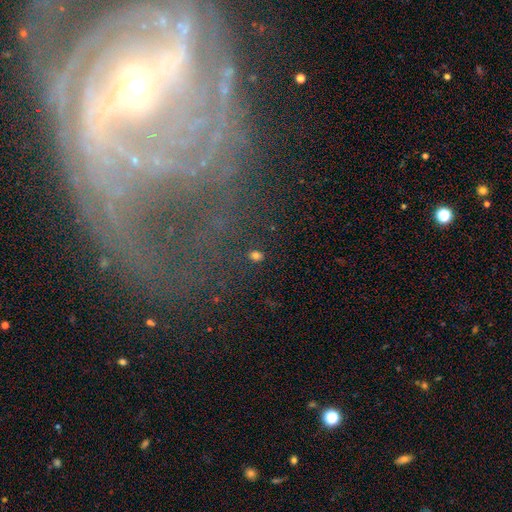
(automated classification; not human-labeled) A smooth galaxy with no disk features (71%) that is in between round and cigar-shaped (60%).

Vote fractions:
- Smooth or featured? smooth: 71% / star or artifact: 22% / featured or disk: 7%
- How rounded? in between: 60% / round: 37% / cigar-shaped: 2%
- Merging? none: 86% / minor disturbance: 8% / major disturbance: 3% / merger: 3%